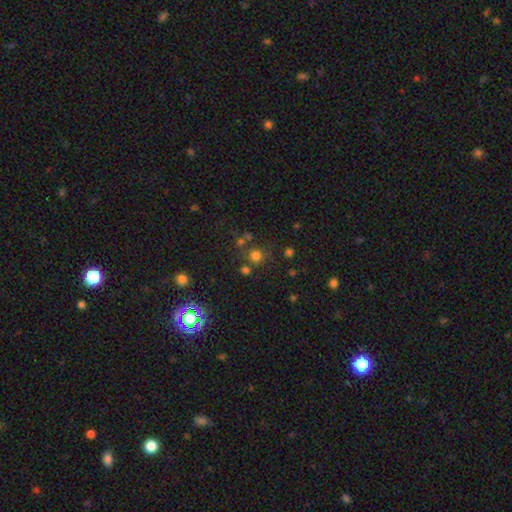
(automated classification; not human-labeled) Q: Smooth or featured?
A: smooth (68%); runner-up: star or artifact (24%)
Q: How rounded?
A: round (90%); runner-up: in between (9%)
Q: Merging?
A: none (72%); runner-up: merger (13%)